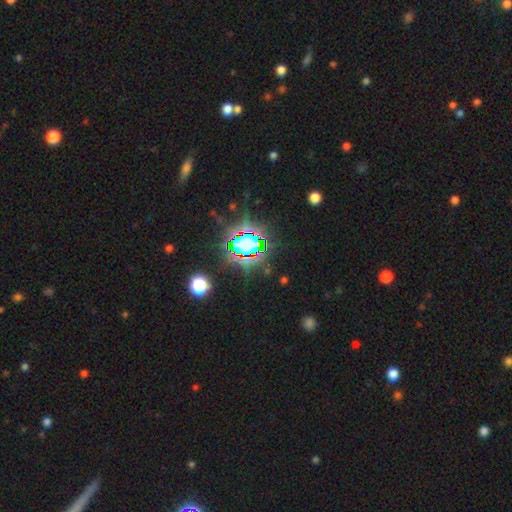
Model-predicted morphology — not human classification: Smooth or featured? star or artifact (76%)